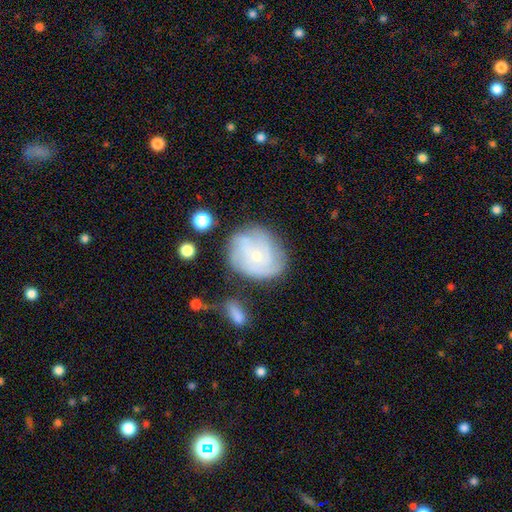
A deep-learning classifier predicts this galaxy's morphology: type=featured or disk (69%); edge-on=no (97%); bar=no (77%); spiral arms=yes (86%); winding=tight (59%); arm count=can't tell (39%); bulge=small (72%); merging=none (64%).